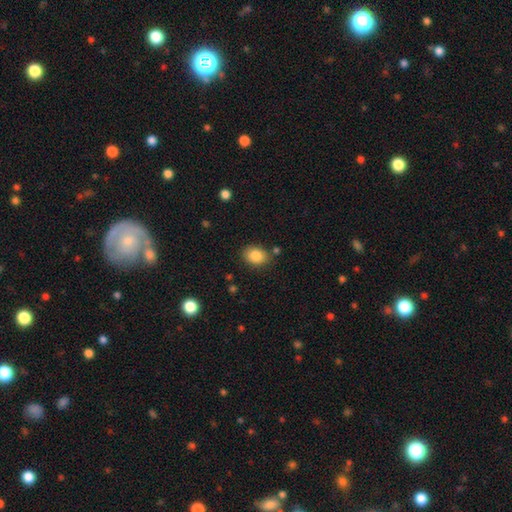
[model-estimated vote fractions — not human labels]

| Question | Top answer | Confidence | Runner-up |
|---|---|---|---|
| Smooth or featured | smooth | 86% | star or artifact (8%) |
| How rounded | in between | 67% | round (32%) |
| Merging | none | 80% | minor disturbance (12%) |